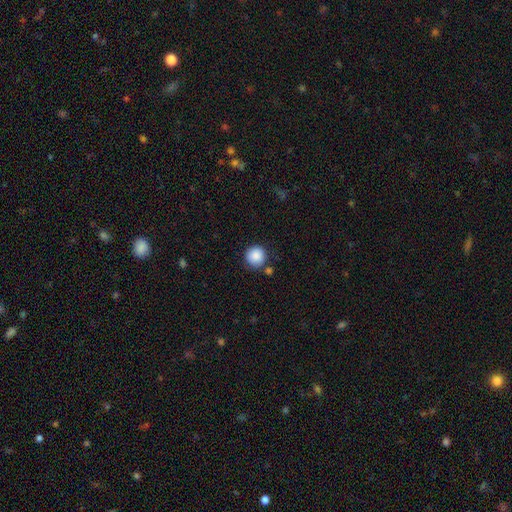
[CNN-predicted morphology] smooth 88%, star or artifact 8%, featured or disk 4%. Down the decision tree: how rounded — round (94%); merging — none (80%).